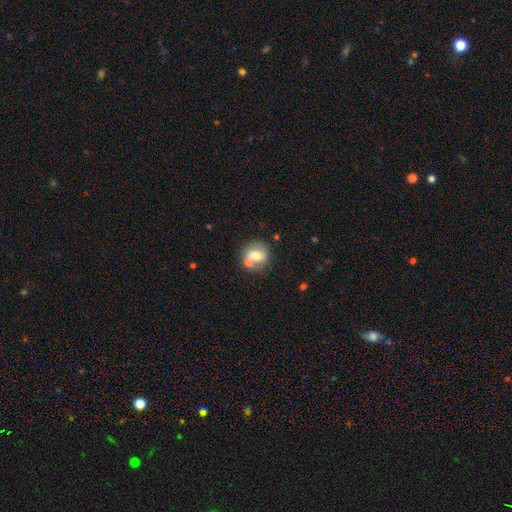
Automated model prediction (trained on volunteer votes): Q: Smooth or featured?
A: smooth (62%); runner-up: featured or disk (29%)
Q: How rounded?
A: round (73%); runner-up: in between (25%)
Q: Merging?
A: none (59%); runner-up: merger (25%)